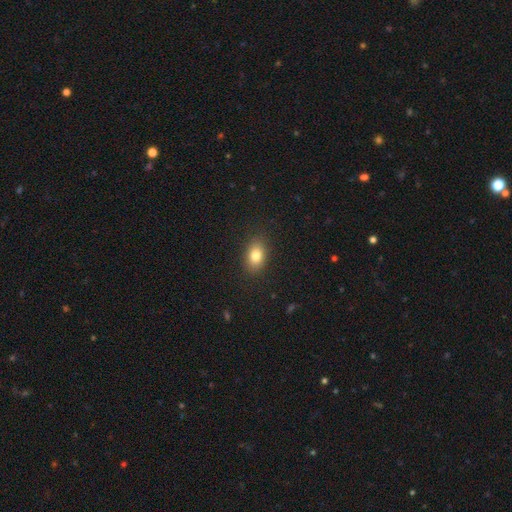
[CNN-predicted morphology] A smooth galaxy with no disk features (82%) that is in between round and cigar-shaped (82%). Merging: none (87%).